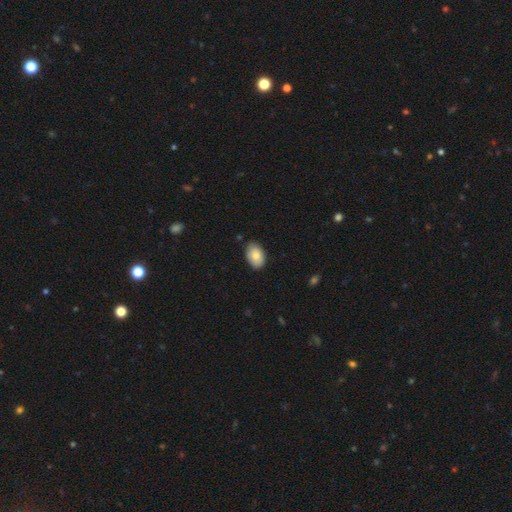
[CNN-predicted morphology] smooth_or_featured: smooth (p=0.82) [alt: featured or disk p=0.11]
how_rounded: in between (p=0.89) [alt: round p=0.10]
merging: none (p=0.82) [alt: minor disturbance p=0.14]